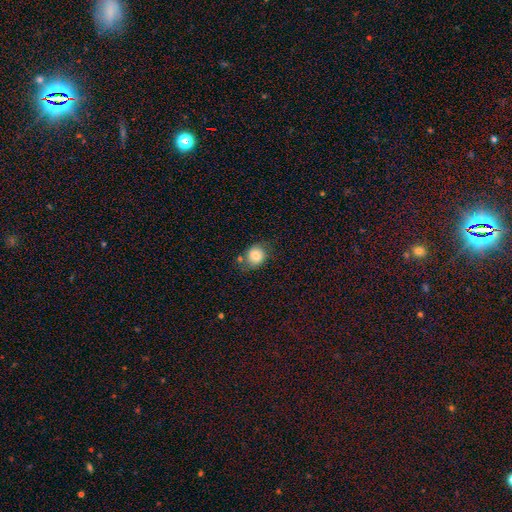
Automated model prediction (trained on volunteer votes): Overall: smooth (81%). How rounded: round (75%). Merging: none (69%).